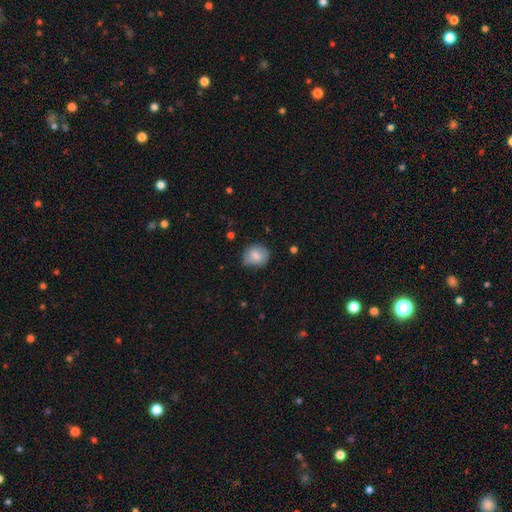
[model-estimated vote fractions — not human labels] Q: Smooth or featured?
A: smooth (80%); runner-up: featured or disk (12%)
Q: How rounded?
A: round (72%); runner-up: in between (27%)
Q: Merging?
A: none (70%); runner-up: minor disturbance (24%)